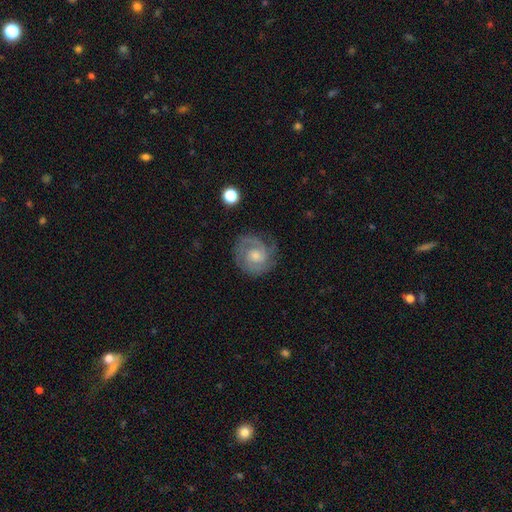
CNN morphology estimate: A featured or disk galaxy (82%) with no bar (63%), 2 (52%) tight (61%) spiral arms (96%) and a moderate central bulge (48%). Merging: none (76%).